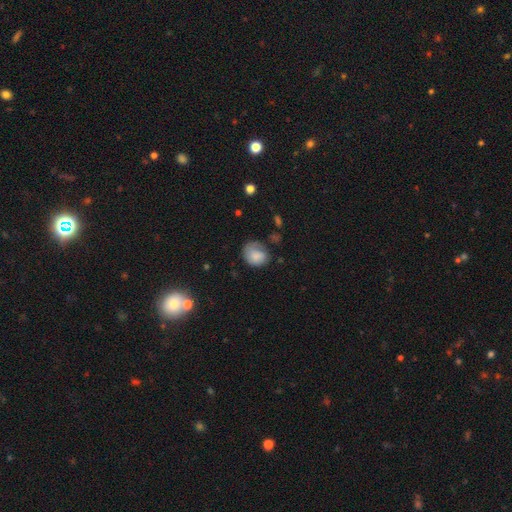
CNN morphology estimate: Smooth or featured: smooth — 73% (featured or disk — 19%)
How rounded: round — 53% (in between — 46%)
Merging: none — 47% (minor disturbance — 30%)